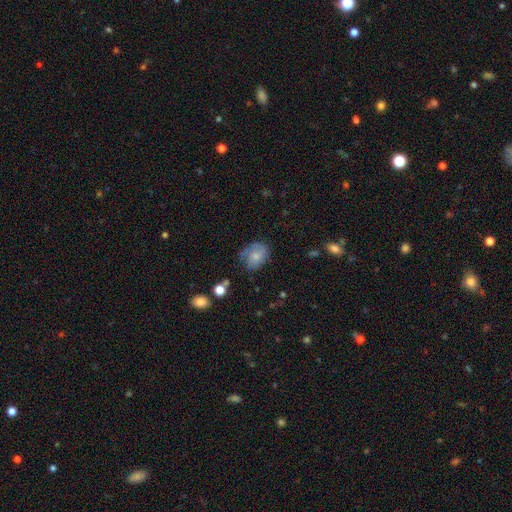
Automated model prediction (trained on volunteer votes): Smooth or featured?
  - smooth: 66% *
  - featured or disk: 25%
  - star or artifact: 9%
How rounded?
  - in between: 53% *
  - round: 46%
  - cigar-shaped: 1%
Merging?
  - none: 54% *
  - minor disturbance: 31%
  - major disturbance: 13%
  - merger: 3%